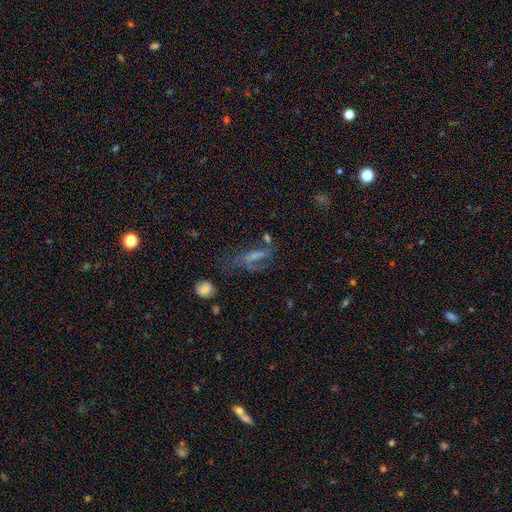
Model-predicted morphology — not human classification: Smooth or featured? featured or disk (45%)
Merging? none (48%)